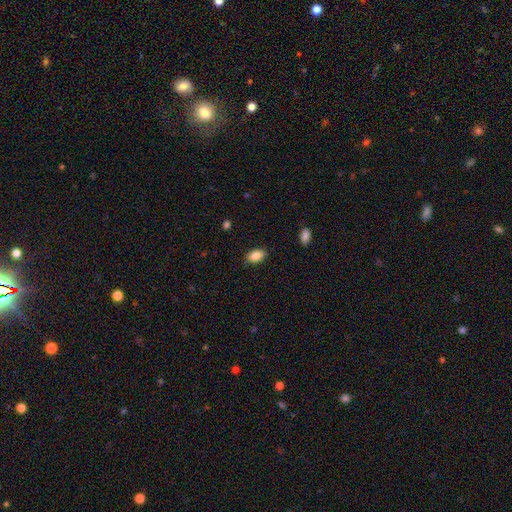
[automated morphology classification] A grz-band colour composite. It shows a smooth galaxy with no disk features (87%) that is in between round and cigar-shaped (91%). Merging: none (85%).